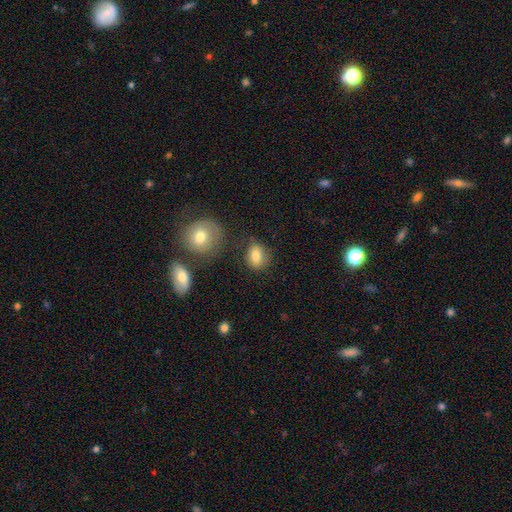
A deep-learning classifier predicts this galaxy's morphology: Smooth or featured: smooth — 80% (featured or disk — 11%)
How rounded: in between — 55% (round — 43%)
Merging: none — 71% (minor disturbance — 17%)